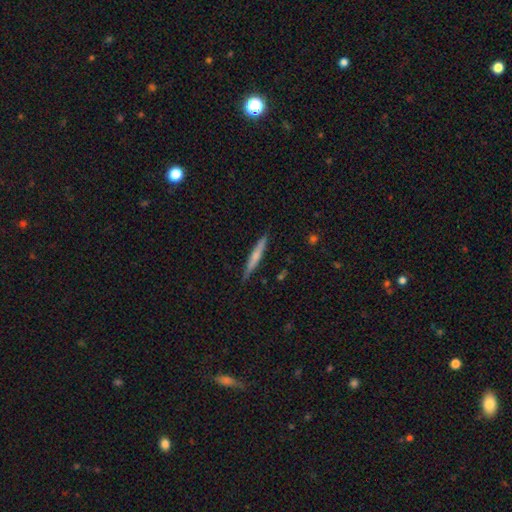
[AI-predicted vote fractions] Overall: smooth (54%; featured or disk 40%). How rounded: cigar-shaped (96%). Merging: none (88%).